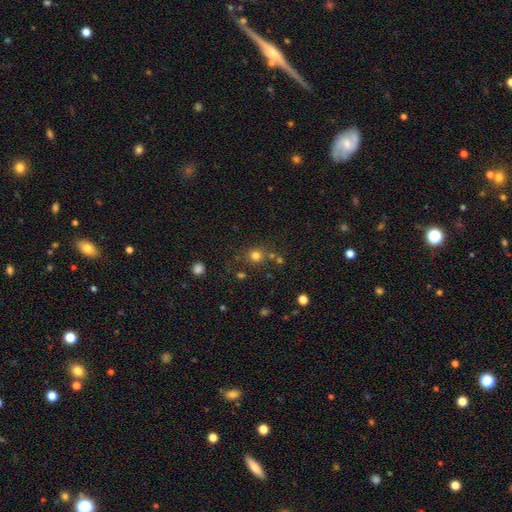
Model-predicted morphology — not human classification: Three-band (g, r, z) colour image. It shows a smooth galaxy with no disk features (76%) that is round (89%). Merging: none (74%).